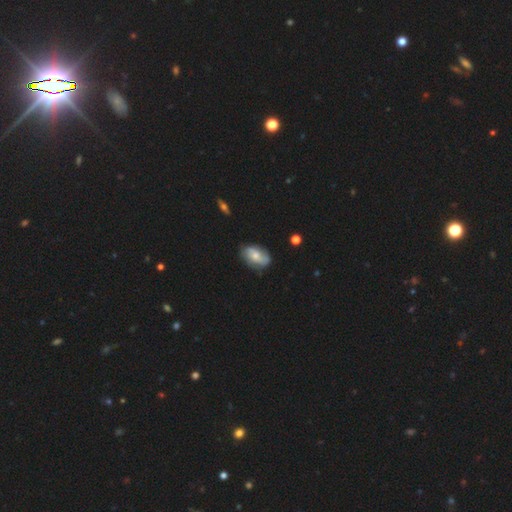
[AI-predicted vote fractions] Morphology: type=smooth (47%); merging=none (70%).